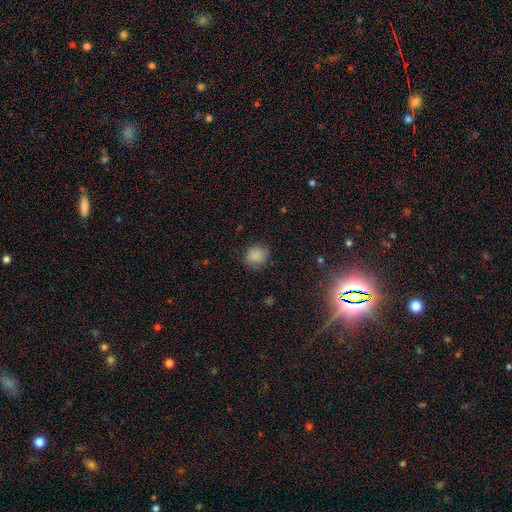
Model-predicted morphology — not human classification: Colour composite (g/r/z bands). It shows a smooth galaxy with no disk features (83%) that is round (73%). Merging: none (75%).